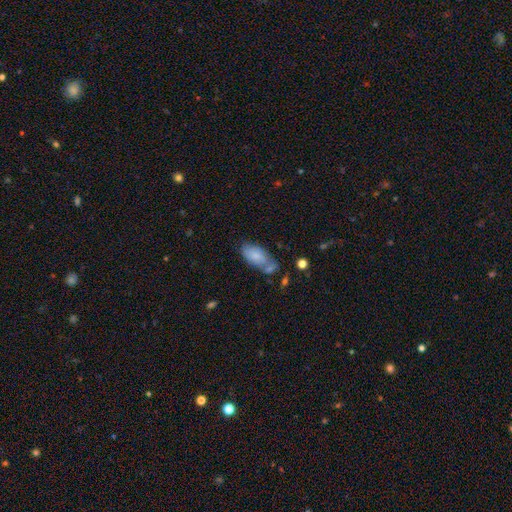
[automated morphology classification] Smooth or featured: smooth — 78% (featured or disk — 15%)
How rounded: in between — 91% (cigar-shaped — 7%)
Merging: none — 46% (minor disturbance — 24%)